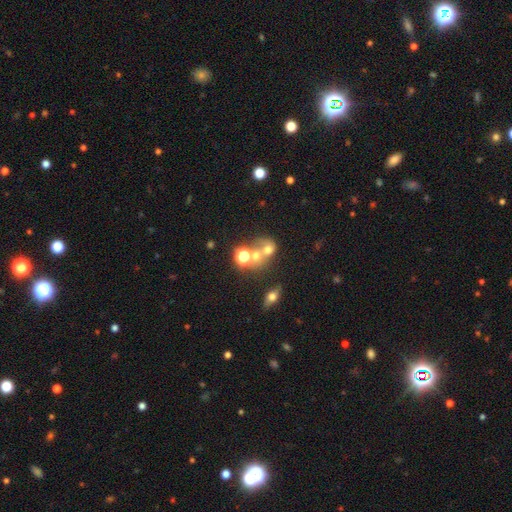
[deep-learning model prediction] Smooth or featured? smooth (53%)
How rounded? round (66%)
Merging? merger (53%)